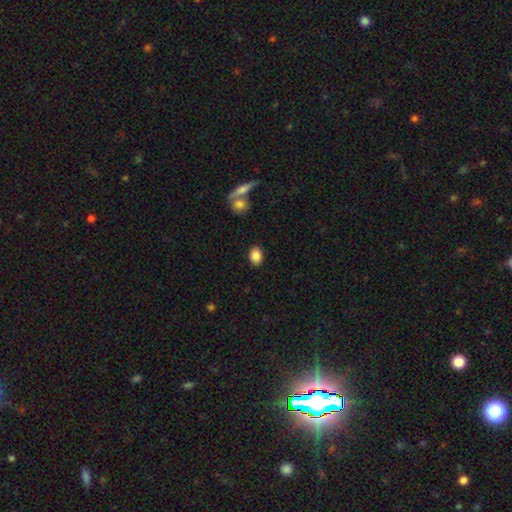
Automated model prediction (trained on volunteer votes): This is clearly a smooth galaxy (87%). How rounded: likely in between (76%). Merging: clearly none (86%).